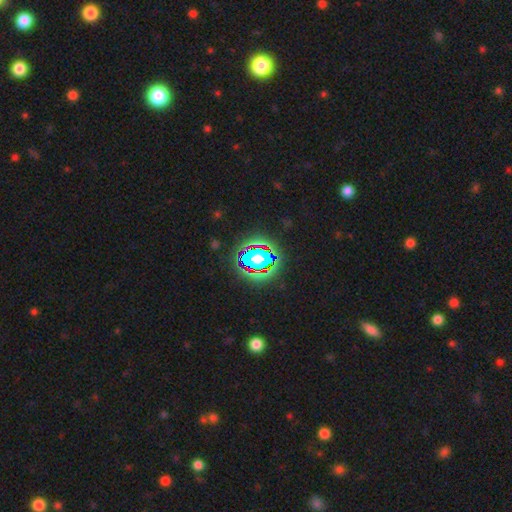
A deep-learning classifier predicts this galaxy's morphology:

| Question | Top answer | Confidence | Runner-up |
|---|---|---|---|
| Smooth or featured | star or artifact | 76% | smooth (14%) |